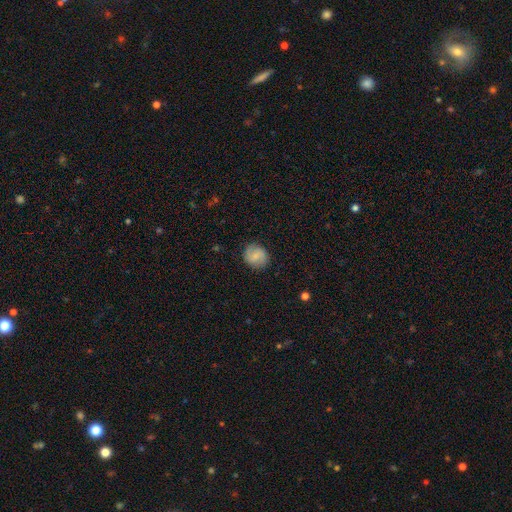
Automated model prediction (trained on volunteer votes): Smooth or featured: smooth — 59% (featured or disk — 33%)
How rounded: round — 80% (in between — 19%)
Merging: none — 83% (minor disturbance — 12%)